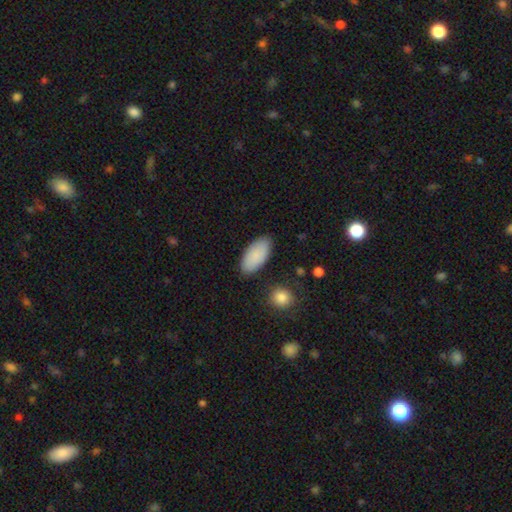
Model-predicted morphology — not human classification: smooth_or_featured: smooth (p=0.88) [alt: featured or disk p=0.06]
how_rounded: in between (p=0.93) [alt: cigar-shaped p=0.05]
merging: none (p=0.84) [alt: minor disturbance p=0.11]